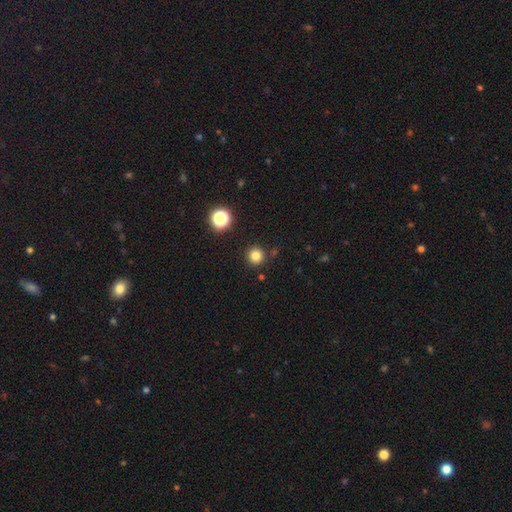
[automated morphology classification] Smooth or featured? smooth (81%)
How rounded? round (95%)
Merging? none (89%)